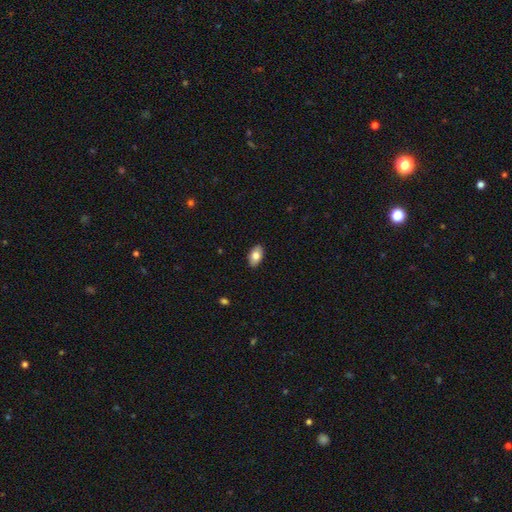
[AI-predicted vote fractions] Smooth or featured?
  - smooth: 79% *
  - featured or disk: 14%
  - star or artifact: 7%
How rounded?
  - in between: 93% *
  - round: 5%
  - cigar-shaped: 2%
Merging?
  - none: 89% *
  - minor disturbance: 9%
  - major disturbance: 2%
  - merger: 1%